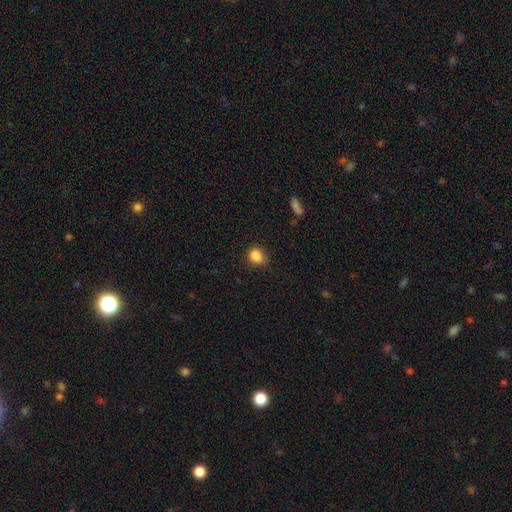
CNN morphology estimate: Smooth or featured? smooth (86%)
How rounded? in between (50%)
Merging? none (66%)